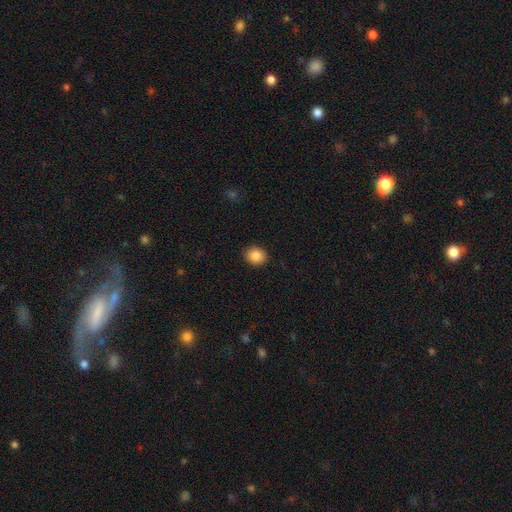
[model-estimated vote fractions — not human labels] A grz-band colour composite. It shows a smooth galaxy with no disk features (86%) that is round (66%). Merging: none (90%).